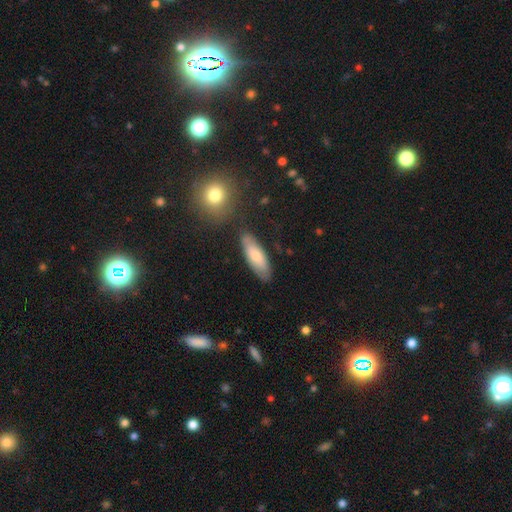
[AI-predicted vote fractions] smooth-or-featured: smooth: 70% | featured or disk: 24% | star or artifact: 6%
  how-rounded: in between: 61% | cigar-shaped: 37% | round: 2%
  merging: none: 75% | minor disturbance: 16% | merger: 5% | major disturbance: 4%